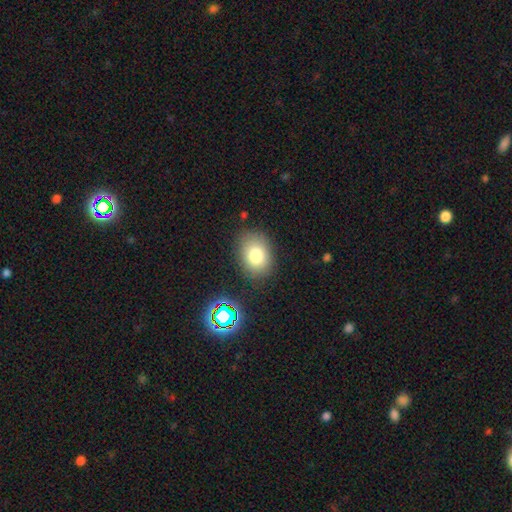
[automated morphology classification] Smooth or featured? smooth (78%)
How rounded? in between (65%)
Merging? none (83%)